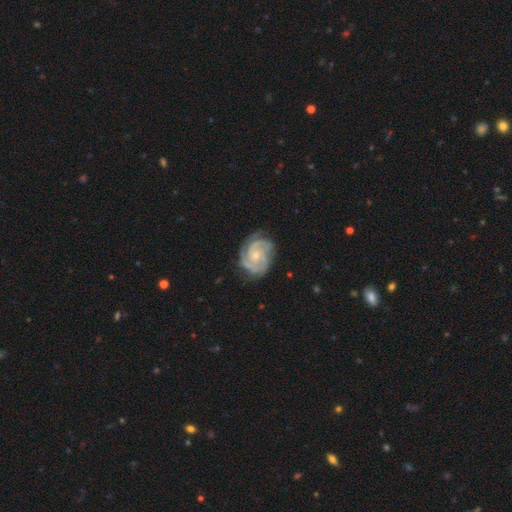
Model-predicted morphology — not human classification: Q: Smooth or featured?
A: featured or disk (91%); runner-up: smooth (5%)
Q: Edge-on disk?
A: no (98%); runner-up: yes (2%)
Q: Bar?
A: no (73%); runner-up: weak (22%)
Q: Spiral arms?
A: yes (98%); runner-up: no (2%)
Q: Spiral winding?
A: tight (67%); runner-up: medium (29%)
Q: Spiral arm count?
A: 3 (49%); runner-up: 2 (18%)
Q: Bulge size?
A: small (63%); runner-up: moderate (33%)
Q: Merging?
A: none (75%); runner-up: minor disturbance (18%)